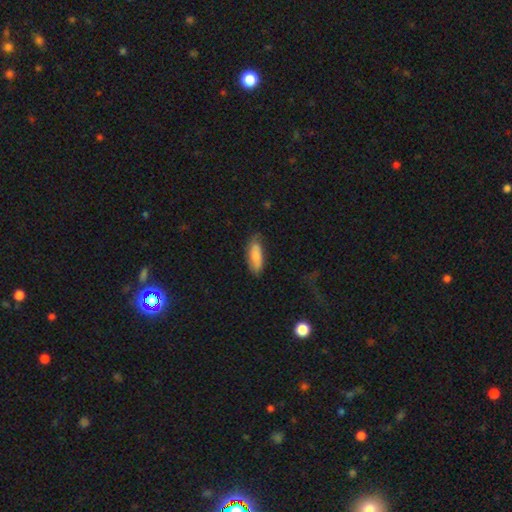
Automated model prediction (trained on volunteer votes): A smooth galaxy with no disk features (81%) that is in between round and cigar-shaped (69%). Merging: none (69%).